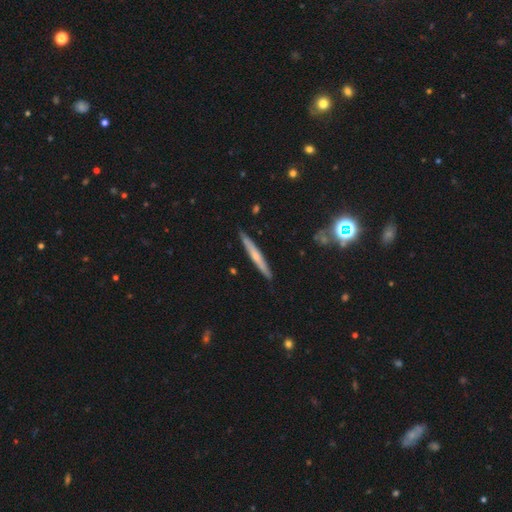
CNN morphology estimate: This appears to be a featured or disk galaxy (52%) viewed edge-on (95%). Merging: none (89%).